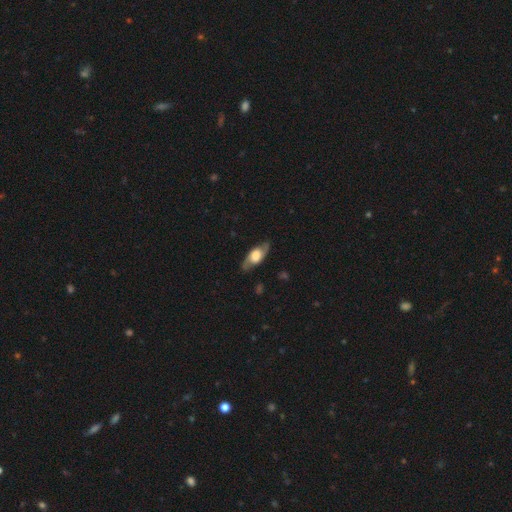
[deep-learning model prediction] A featured or disk galaxy (63%). Merging: none (80%).